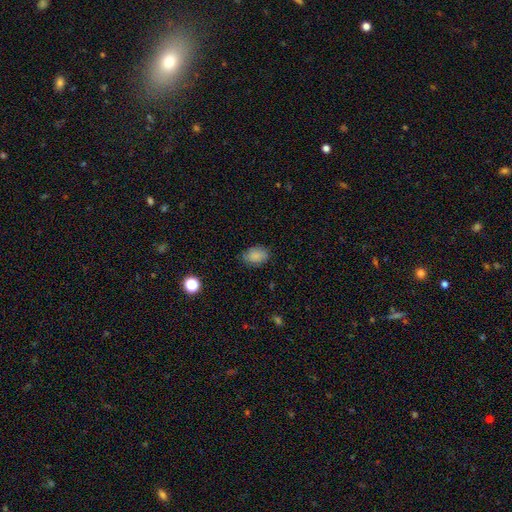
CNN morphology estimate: smooth 85%, star or artifact 9%, featured or disk 6%. Down the decision tree: how rounded — in between (79%); merging — none (77%).